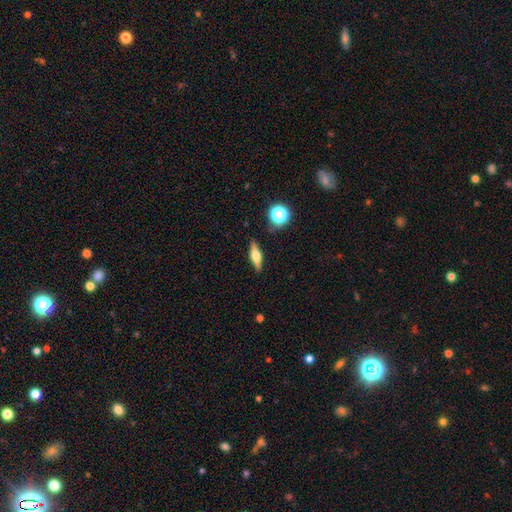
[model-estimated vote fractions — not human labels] smooth_or_featured: featured or disk (p=0.54) [alt: smooth p=0.37]
disk_edge_on: yes (p=0.94) [alt: no p=0.06]
edge_on_bulge: rounded (p=0.92) [alt: boxy p=0.07]
merging: none (p=0.87) [alt: minor disturbance p=0.09]